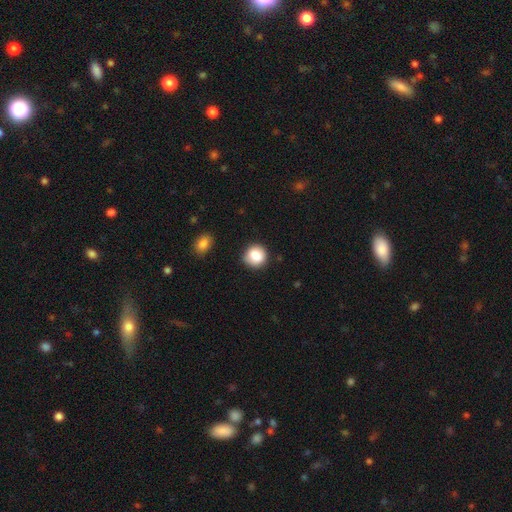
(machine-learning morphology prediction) A smooth galaxy with no disk features (85%) that is round (86%). Merging: none (81%).